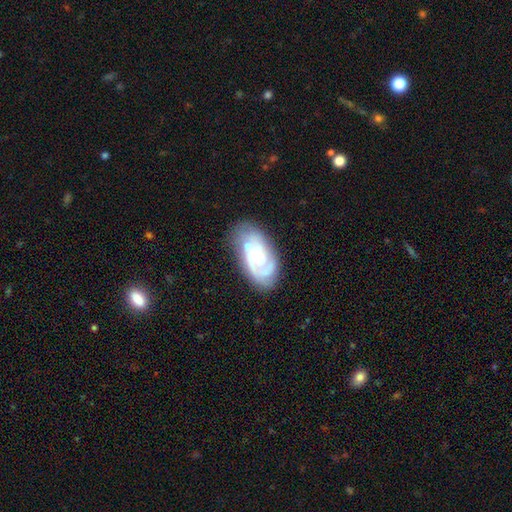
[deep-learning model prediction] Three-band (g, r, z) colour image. It shows a featured or disk galaxy (77%) with a weak bar (44%), 2 (43%) tight (56%) spiral arms (92%) and a small central bulge (43%). Merging: none (66%).